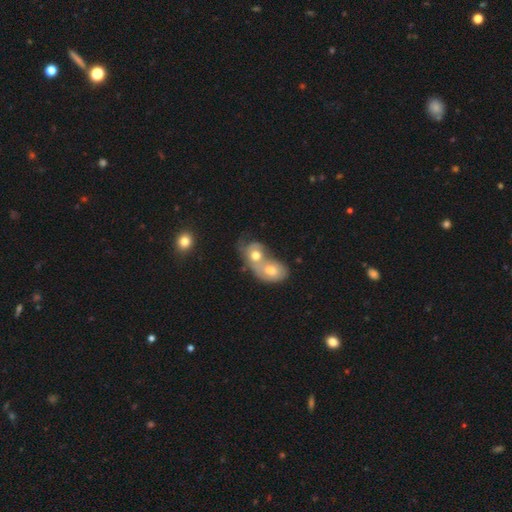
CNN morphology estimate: smooth_or_featured: smooth (p=0.52) [alt: featured or disk p=0.29]
how_rounded: in between (p=0.52) [alt: round p=0.44]
merging: merger (p=0.65) [alt: none p=0.24]